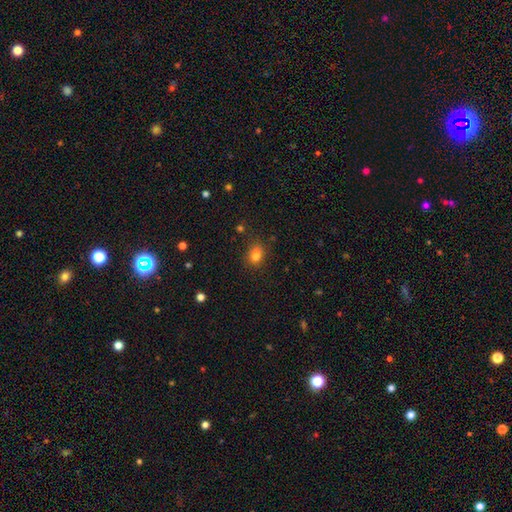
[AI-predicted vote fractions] smooth-or-featured: smooth: 80% | star or artifact: 13% | featured or disk: 7%
  how-rounded: in between: 54% | round: 44% | cigar-shaped: 1%
  merging: none: 76% | minor disturbance: 17% | major disturbance: 4% | merger: 3%